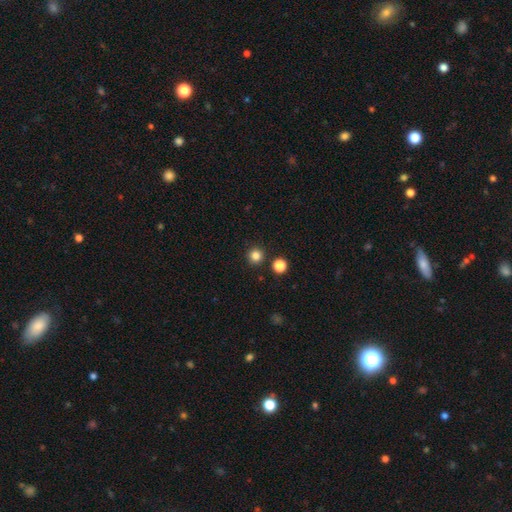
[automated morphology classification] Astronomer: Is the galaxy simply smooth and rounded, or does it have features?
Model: smooth — 83%.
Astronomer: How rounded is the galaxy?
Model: round — 96%.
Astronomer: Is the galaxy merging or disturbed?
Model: none — 91%.